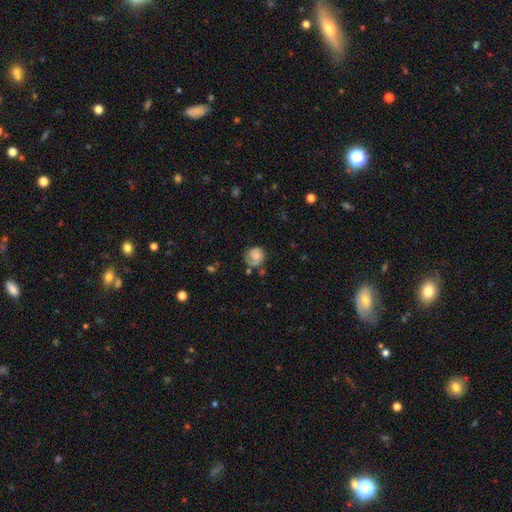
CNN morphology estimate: This is possibly a smooth galaxy (51%). How rounded: likely round (76%). Merging: possibly none (54%).